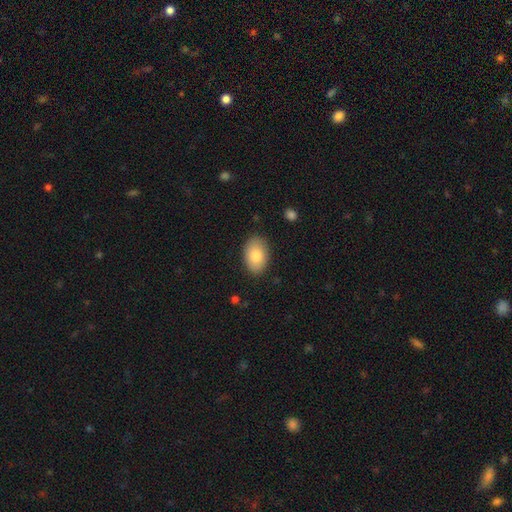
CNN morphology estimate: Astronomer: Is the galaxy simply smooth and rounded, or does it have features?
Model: smooth — 83%.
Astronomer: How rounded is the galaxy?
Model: in between — 90%.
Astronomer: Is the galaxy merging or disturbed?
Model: none — 86%.